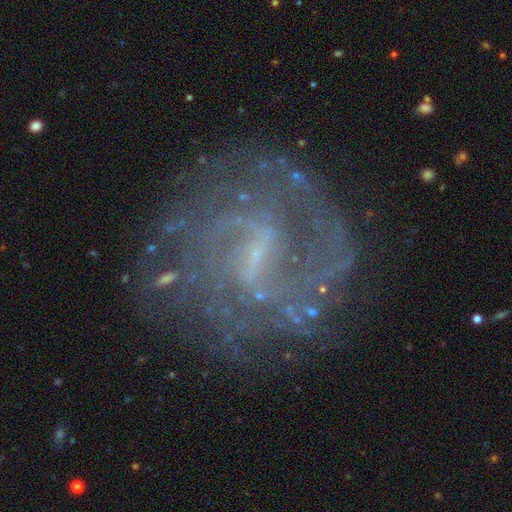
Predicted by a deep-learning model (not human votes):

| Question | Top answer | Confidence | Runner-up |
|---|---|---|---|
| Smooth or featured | featured or disk | 83% | star or artifact (10%) |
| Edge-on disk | no | 97% | yes (3%) |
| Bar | weak | 54% | strong (29%) |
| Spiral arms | yes | 90% | no (10%) |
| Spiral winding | tight | 40% | tied: medium (40%) |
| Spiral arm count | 2 | 41% | can't tell (33%) |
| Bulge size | small | 55% | none (31%) |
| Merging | none | 75% | minor disturbance (14%) |